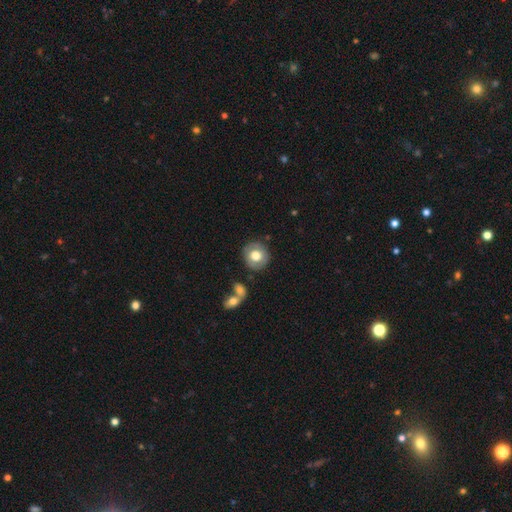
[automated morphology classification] Smooth or featured? smooth (64%)
How rounded? round (86%)
Merging? none (81%)